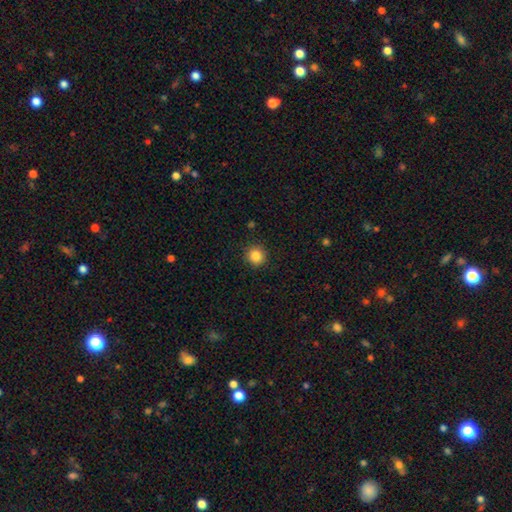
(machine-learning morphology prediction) smooth 85%, star or artifact 10%, featured or disk 4%. Down the decision tree: how rounded — round (93%); merging — none (91%).